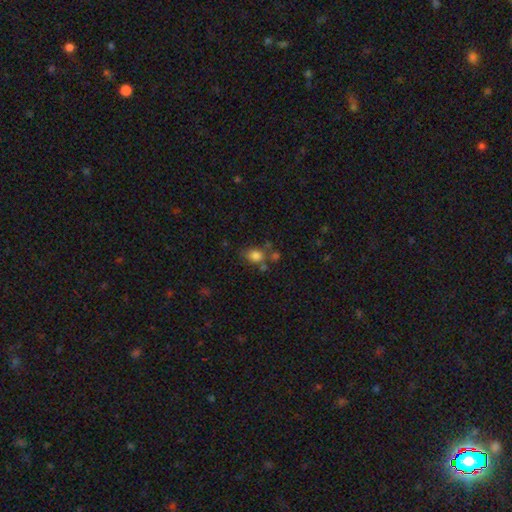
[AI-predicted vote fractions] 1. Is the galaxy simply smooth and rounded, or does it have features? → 79% smooth, 12% star or artifact, 9% featured or disk.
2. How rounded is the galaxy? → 49% round (tied), 49% in between (tied), 1% cigar-shaped.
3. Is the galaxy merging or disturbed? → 54% none, 19% merger, 18% minor disturbance, 8% major disturbance.